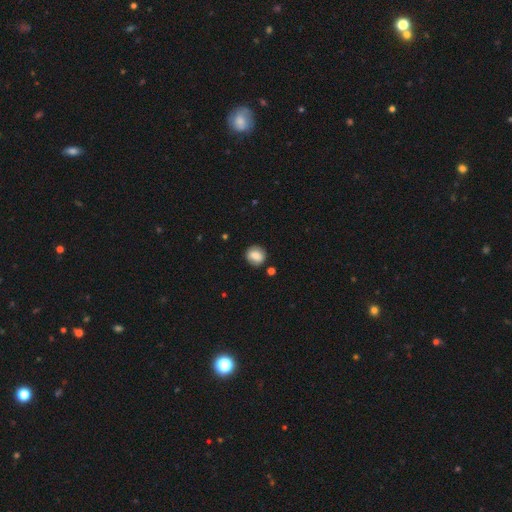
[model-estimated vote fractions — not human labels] smooth 78%, featured or disk 13%, star or artifact 8%. Down the decision tree: how rounded — round (79%); merging — none (81%).